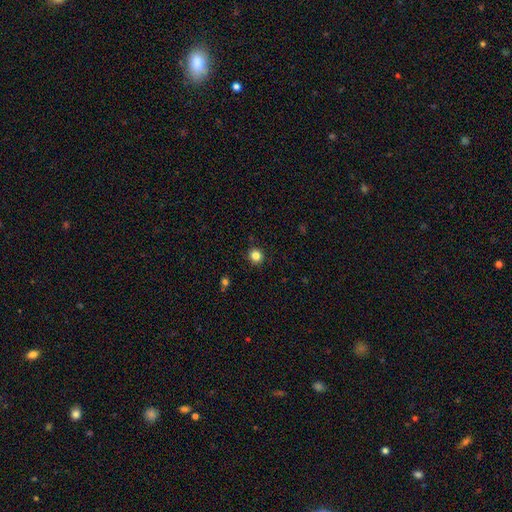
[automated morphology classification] This appears to be a smooth galaxy with no disk features (83%) that is round (92%). Merging: none (91%).